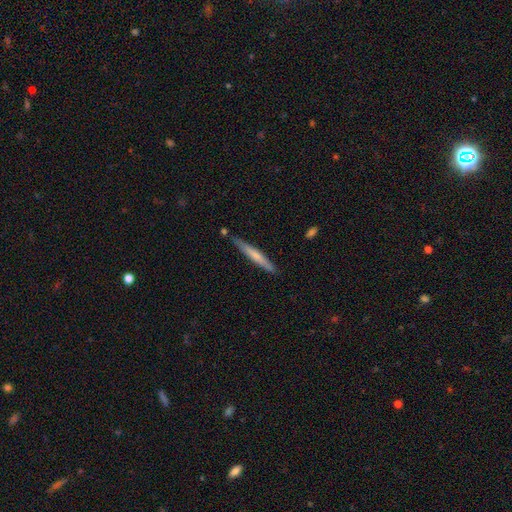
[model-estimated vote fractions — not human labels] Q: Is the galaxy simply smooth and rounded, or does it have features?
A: smooth — 56%.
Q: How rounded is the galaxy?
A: cigar-shaped — 96%.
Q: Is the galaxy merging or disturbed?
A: none — 84%.